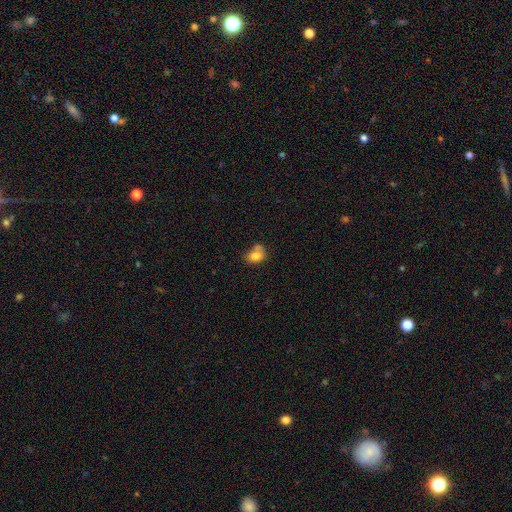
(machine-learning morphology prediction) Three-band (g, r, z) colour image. It shows a smooth galaxy with no disk features (80%) that is in between round and cigar-shaped (65%). Merging: none (41%).